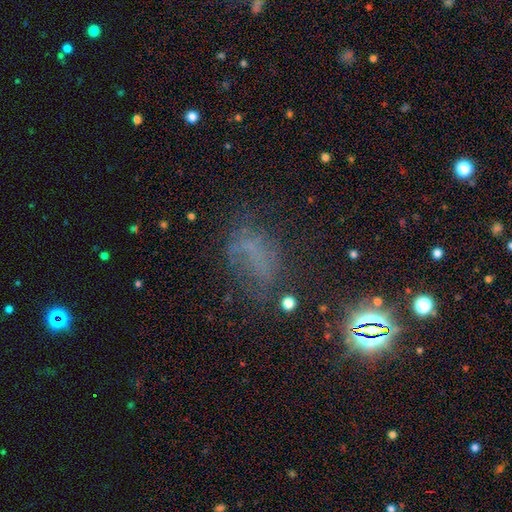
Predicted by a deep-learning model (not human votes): Smooth or featured: star or artifact — 39% (smooth — 36%)